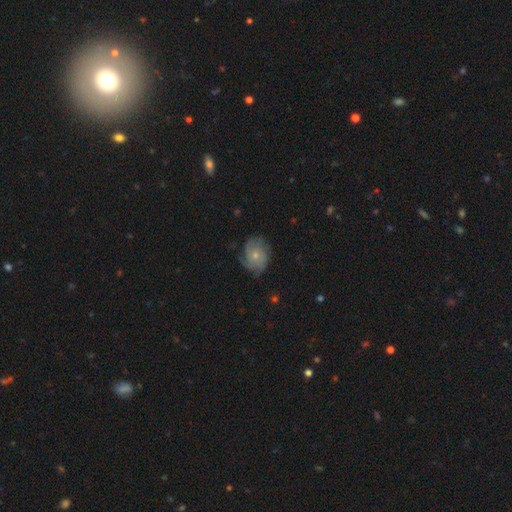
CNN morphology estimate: A featured or disk galaxy (66%) with no bar (82%), tight (51%) spiral arms (89%) and a small central bulge (62%). Merging: none (64%).